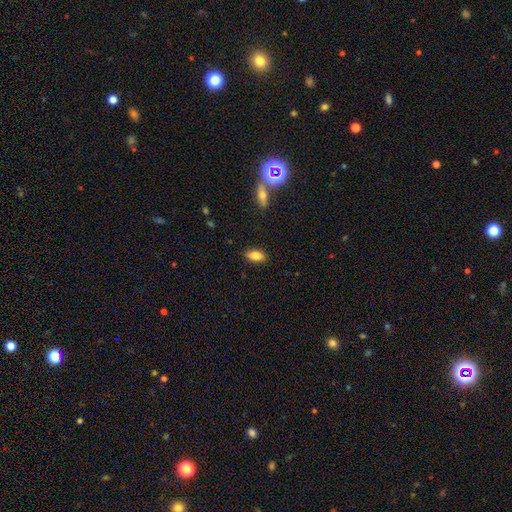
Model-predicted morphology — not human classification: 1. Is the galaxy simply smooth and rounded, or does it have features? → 79% smooth, 13% featured or disk, 8% star or artifact.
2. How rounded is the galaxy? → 86% in between, 10% cigar-shaped, 3% round.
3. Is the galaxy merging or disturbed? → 86% none, 9% minor disturbance, 2% major disturbance, 2% merger.